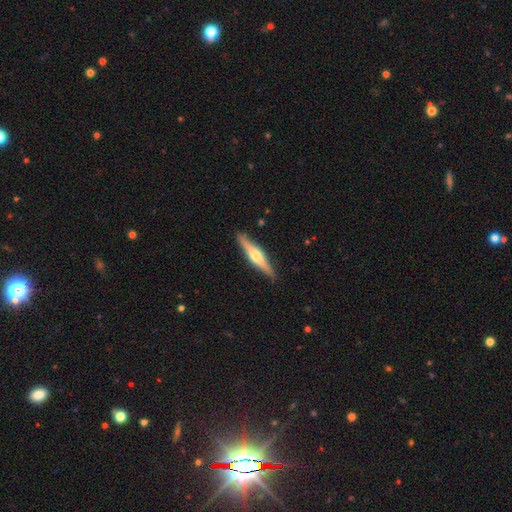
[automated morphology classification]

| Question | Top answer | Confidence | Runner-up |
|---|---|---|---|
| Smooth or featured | featured or disk | 63% | smooth (32%) |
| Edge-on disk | yes | 96% | no (4%) |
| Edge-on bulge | rounded | 88% | boxy (8%) |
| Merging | none | 89% | minor disturbance (8%) |